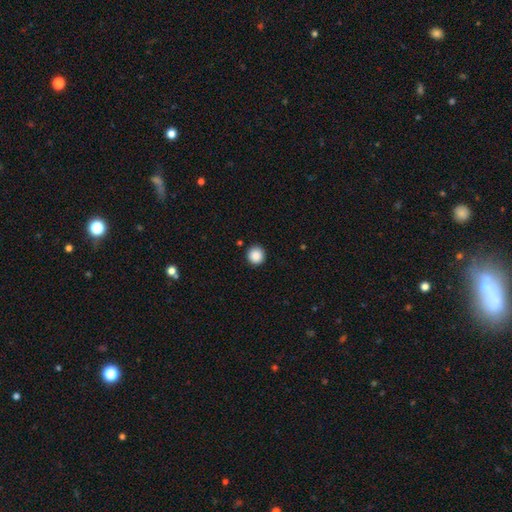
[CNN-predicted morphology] This is clearly a smooth galaxy (88%). How rounded: clearly round (95%). Merging: clearly none (91%).